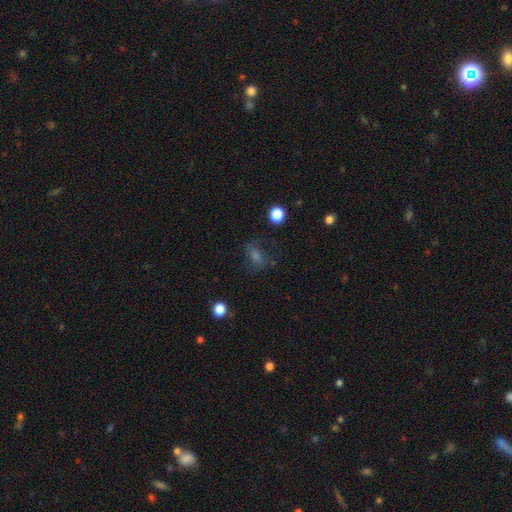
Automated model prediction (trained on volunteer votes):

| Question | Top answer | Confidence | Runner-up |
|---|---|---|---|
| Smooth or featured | smooth | 50% | star or artifact (27%) |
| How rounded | in between | 64% | round (32%) |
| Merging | none | 58% | minor disturbance (21%) |